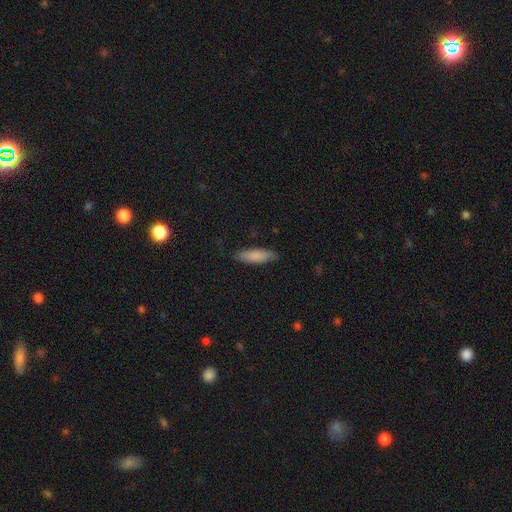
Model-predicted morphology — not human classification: smooth_or_featured: smooth (p=0.83) [alt: featured or disk p=0.12]
how_rounded: cigar-shaped (p=0.53) [alt: in between p=0.46]
merging: none (p=0.82) [alt: minor disturbance p=0.14]